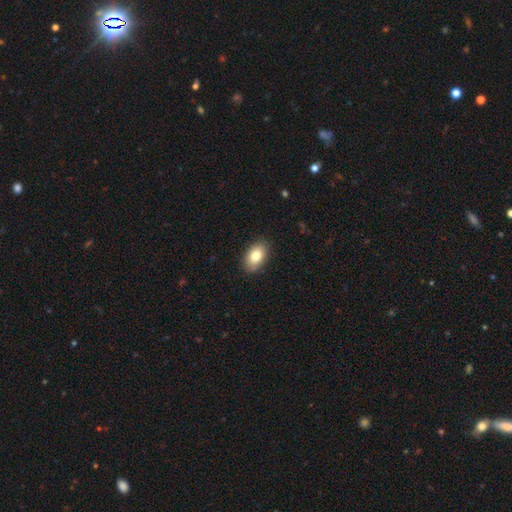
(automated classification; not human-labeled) This is clearly a smooth galaxy (81%). How rounded: clearly in between (90%). Merging: clearly none (86%).